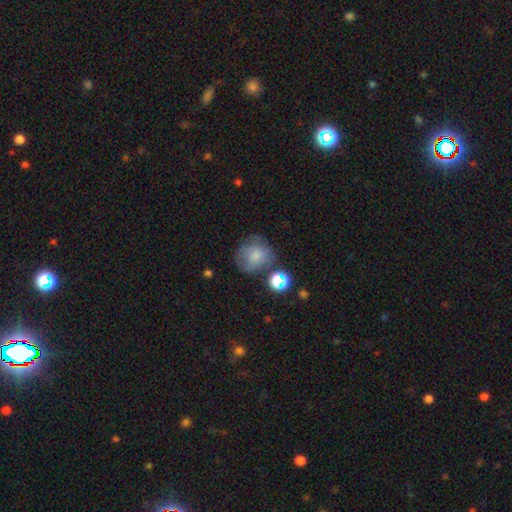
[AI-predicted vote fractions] smooth-or-featured: smooth: 69% | featured or disk: 18% | star or artifact: 13%
  how-rounded: round: 78% | in between: 21% | cigar-shaped: 1%
  merging: none: 54% | minor disturbance: 23% | major disturbance: 13% | merger: 10%